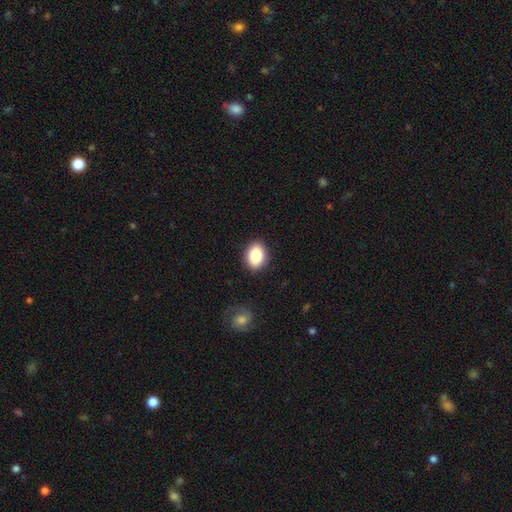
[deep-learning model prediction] The model was most divided on "how rounded": in between: 72%, round: 27%, cigar-shaped: 1%. More confident: merging — none (88%); smooth or featured — smooth (84%).